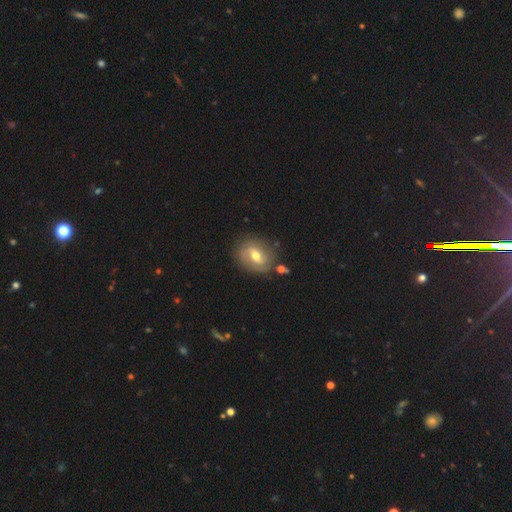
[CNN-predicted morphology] Q: Smooth or featured?
A: featured or disk (63%); runner-up: smooth (29%)
Q: Edge-on disk?
A: no (95%); runner-up: yes (5%)
Q: Bar?
A: weak (50%); runner-up: no (27%)
Q: Spiral arms?
A: yes (73%); runner-up: no (27%)
Q: Bulge size?
A: moderate (75%); runner-up: small (17%)
Q: Merging?
A: none (75%); runner-up: minor disturbance (16%)